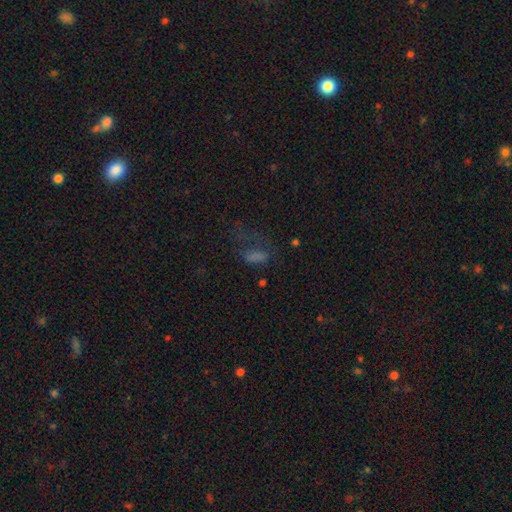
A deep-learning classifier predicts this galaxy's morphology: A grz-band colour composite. It shows a smooth galaxy with no disk features (51%) that is in between round and cigar-shaped (74%). Merging: major disturbance (41%).